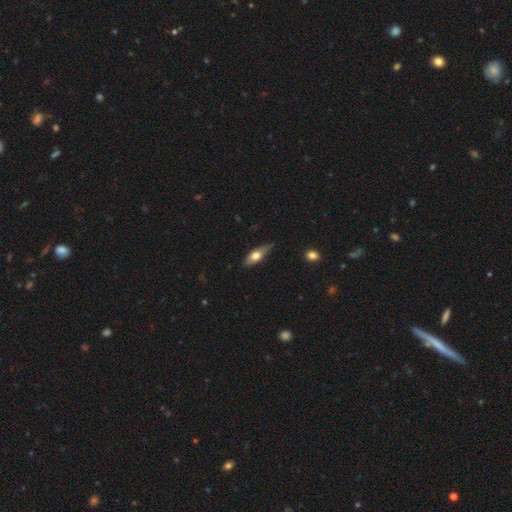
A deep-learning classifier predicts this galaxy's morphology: smooth-or-featured: smooth: 59% | featured or disk: 35% | star or artifact: 6%
  how-rounded: in between: 63% | cigar-shaped: 34% | round: 3%
  merging: none: 70% | minor disturbance: 24% | major disturbance: 4% | merger: 2%